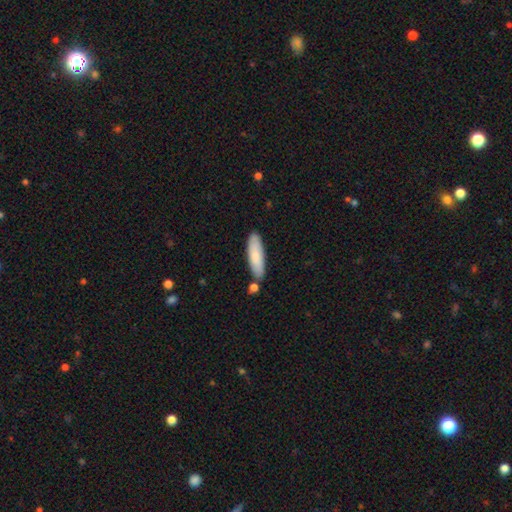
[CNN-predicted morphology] Smooth or featured? smooth (81%)
How rounded? cigar-shaped (61%)
Merging? none (79%)